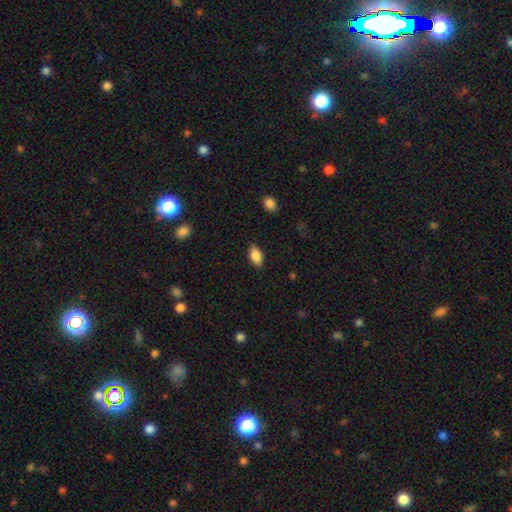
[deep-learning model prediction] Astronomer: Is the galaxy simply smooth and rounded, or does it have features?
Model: smooth — 85%.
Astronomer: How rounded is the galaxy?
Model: in between — 91%.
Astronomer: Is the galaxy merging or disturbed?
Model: none — 84%.